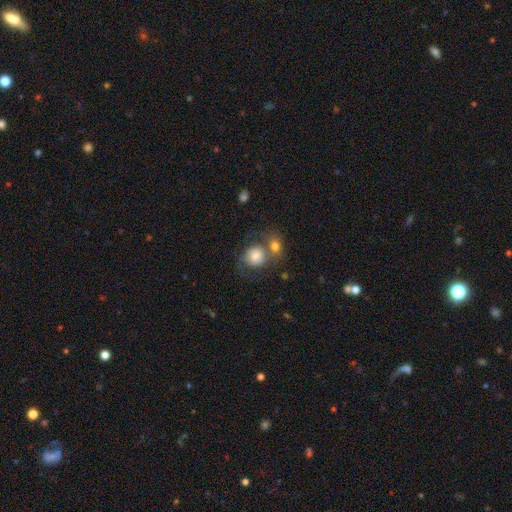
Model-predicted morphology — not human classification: smooth_or_featured: smooth (p=0.62) [alt: featured or disk p=0.30]
how_rounded: round (p=0.73) [alt: in between p=0.26]
merging: merger (p=0.48) [alt: none p=0.30]